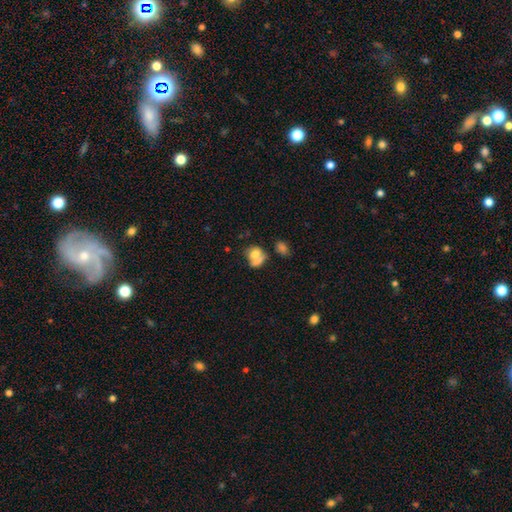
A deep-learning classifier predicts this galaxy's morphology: type=smooth (70%); roundness=round (49%); merging=merger (47%).